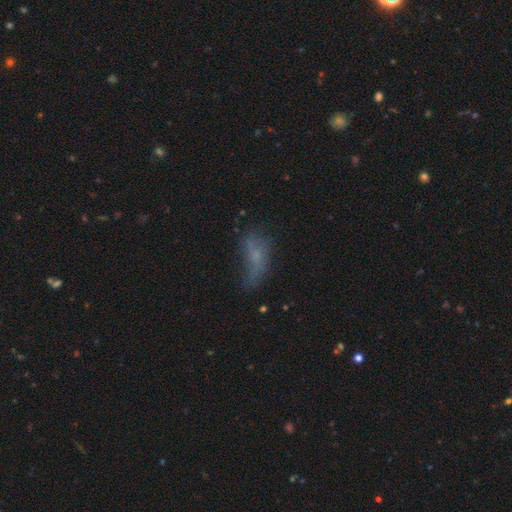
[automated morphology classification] A smooth galaxy with no disk features (48%).

Vote fractions:
- Smooth or featured? smooth: 48% / featured or disk: 33% / star or artifact: 19%
- Merging? major disturbance: 34% / none: 33% / minor disturbance: 29% / merger: 4%